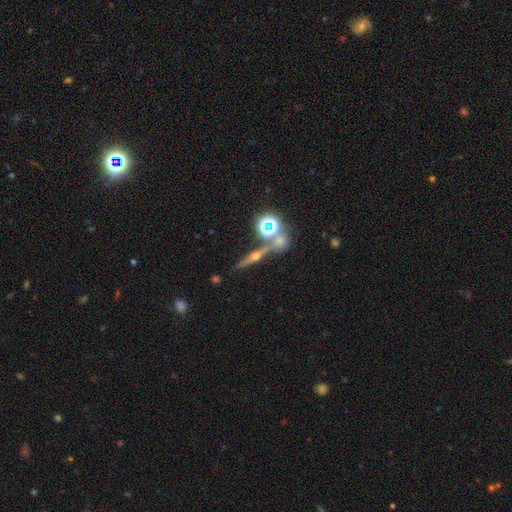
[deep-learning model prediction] This appears to be a featured or disk galaxy (67%) viewed edge-on (93%) with a rounded central bulge (95%). Merging: none (78%).